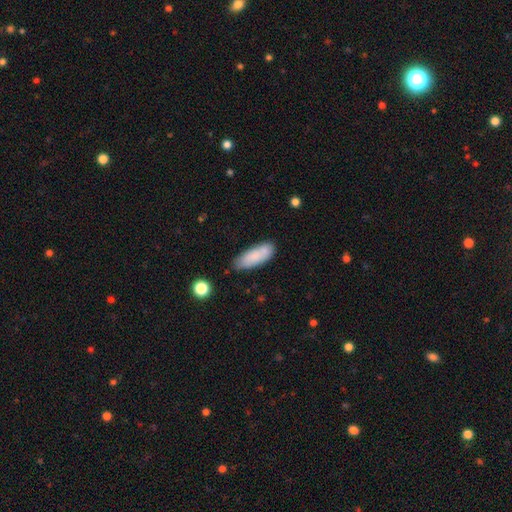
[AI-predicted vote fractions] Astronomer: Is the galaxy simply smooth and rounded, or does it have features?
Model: smooth — 82%.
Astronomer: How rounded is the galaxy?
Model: in between — 69%.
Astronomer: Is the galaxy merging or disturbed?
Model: none — 71%.